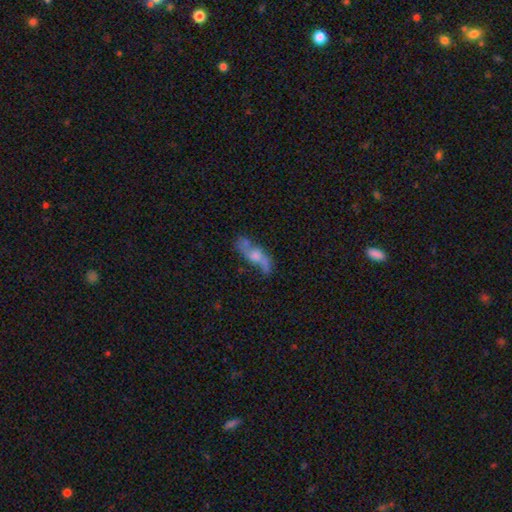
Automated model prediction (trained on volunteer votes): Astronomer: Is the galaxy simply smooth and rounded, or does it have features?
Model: featured or disk — 65%.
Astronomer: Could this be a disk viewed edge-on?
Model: no — 74%.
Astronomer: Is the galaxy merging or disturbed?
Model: none — 58%.